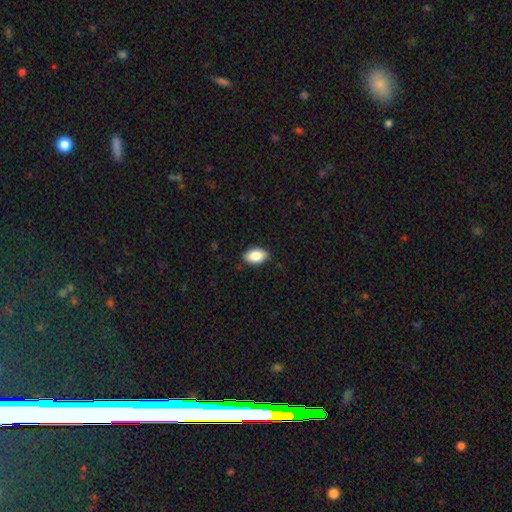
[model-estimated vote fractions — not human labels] Smooth or featured? Predicted: smooth (p=0.88). How rounded? Predicted: in between (p=0.93). Merging? Predicted: none (p=0.87).